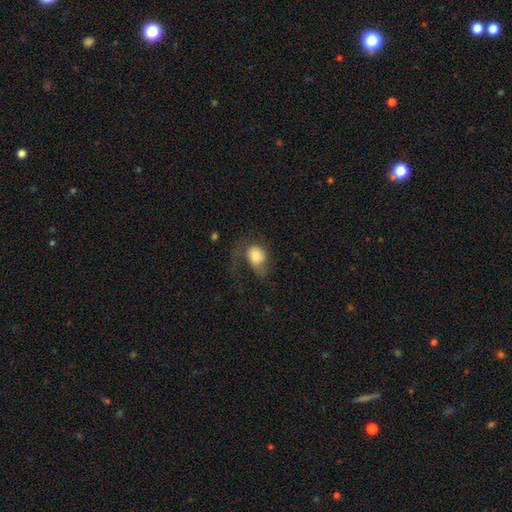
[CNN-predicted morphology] The model was most divided on "merging": major disturbance: 48%, none: 28%, minor disturbance: 21%, merger: 2%. More confident: smooth or featured — smooth (65%); how rounded — in between (63%).